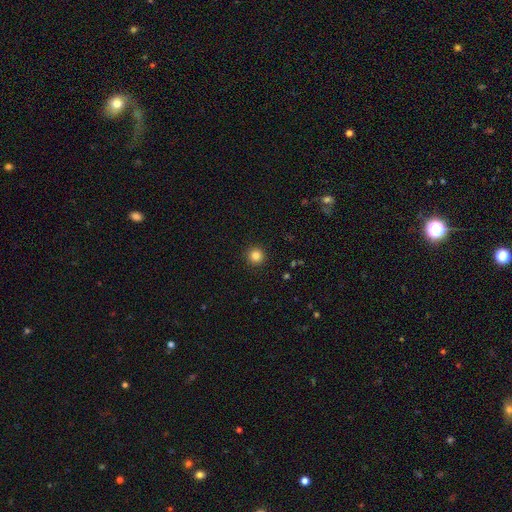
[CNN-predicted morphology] type=smooth (84%); roundness=round (96%); merging=none (93%).